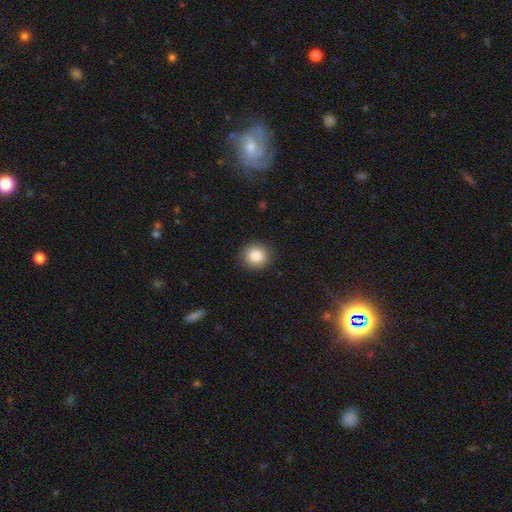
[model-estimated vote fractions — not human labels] Q: Smooth or featured?
A: smooth (87%); runner-up: star or artifact (9%)
Q: How rounded?
A: round (87%); runner-up: in between (12%)
Q: Merging?
A: none (90%); runner-up: minor disturbance (7%)